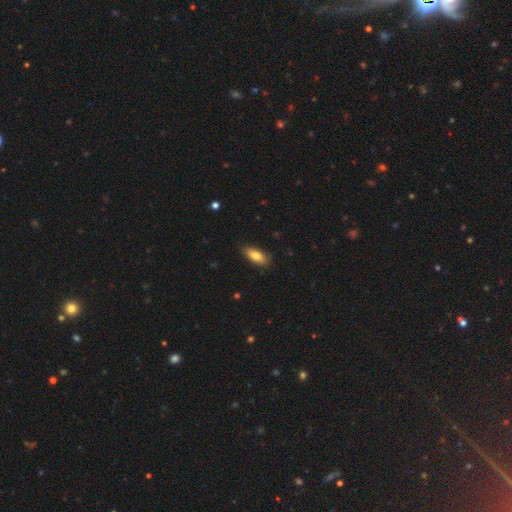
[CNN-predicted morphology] smooth-or-featured: smooth: 79% | featured or disk: 14% | star or artifact: 6%
  how-rounded: in between: 82% | cigar-shaped: 16% | round: 2%
  merging: none: 82% | minor disturbance: 14% | major disturbance: 2% | merger: 1%